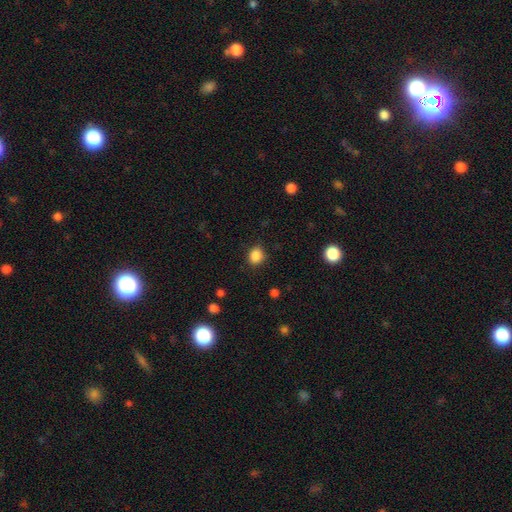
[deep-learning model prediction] Smooth or featured? Predicted: smooth (p=0.86). How rounded? Predicted: round (p=0.63). Merging? Predicted: none (p=0.84).